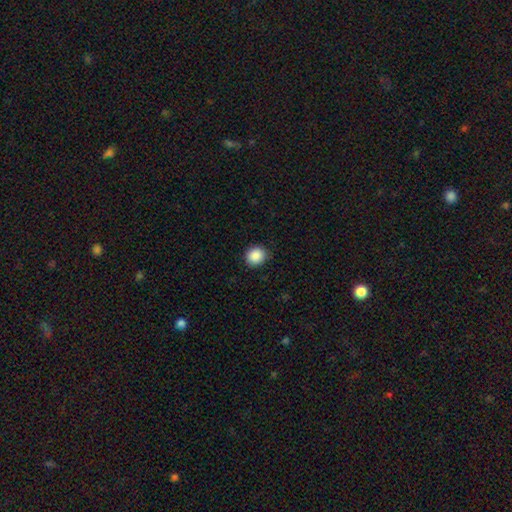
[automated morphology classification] A smooth galaxy with no disk features (88%) that is round (77%). Merging: none (87%).